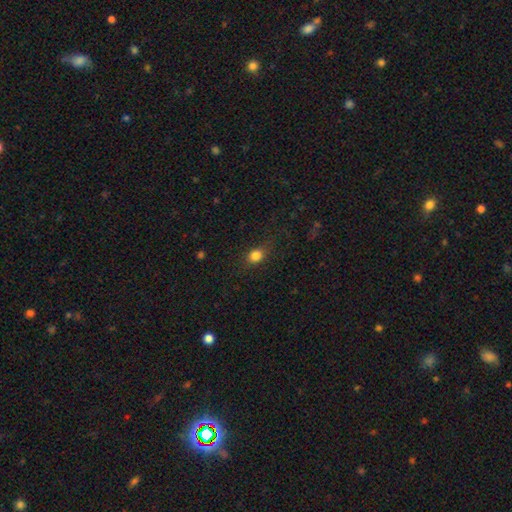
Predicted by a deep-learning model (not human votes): This appears to be a smooth galaxy with no disk features (82%) that is round (51%). Merging: none (78%).